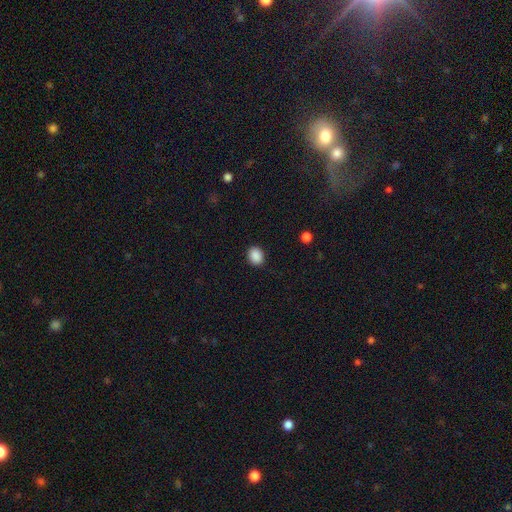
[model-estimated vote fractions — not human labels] The model was most divided on "how rounded": round: 55%, in between: 44%, cigar-shaped: 1%. More confident: merging — none (90%); smooth or featured — smooth (89%).